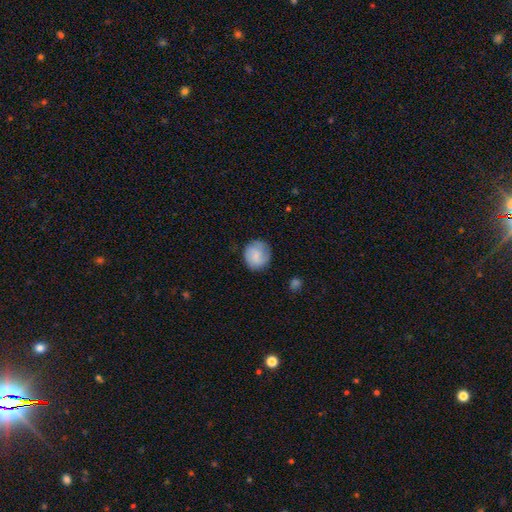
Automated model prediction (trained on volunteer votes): Overall: smooth (77%). How rounded: round (81%). Merging: none (78%).